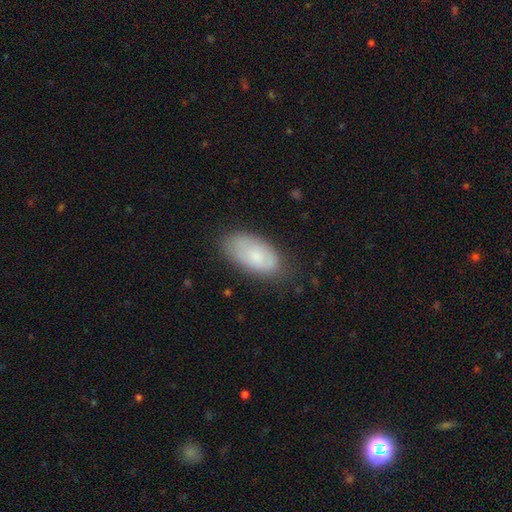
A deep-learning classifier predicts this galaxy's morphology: This appears to be a smooth galaxy with no disk features (73%) that is in between round and cigar-shaped (93%). Merging: none (72%).